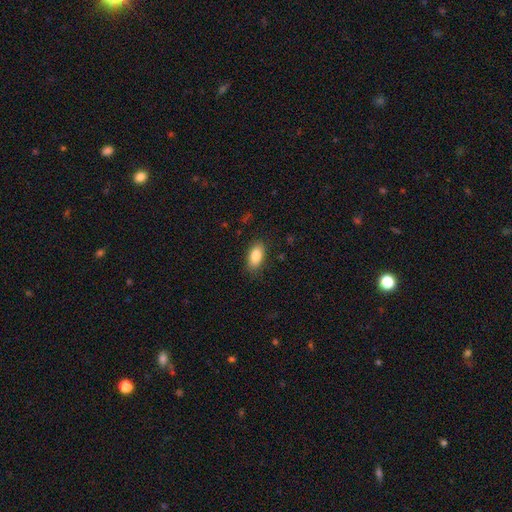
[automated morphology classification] Overall: smooth (84%). How rounded: in between (91%). Merging: none (86%).